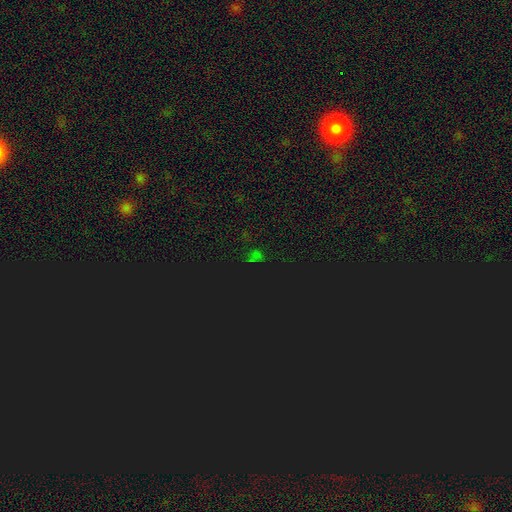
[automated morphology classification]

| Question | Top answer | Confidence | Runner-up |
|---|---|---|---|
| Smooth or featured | star or artifact | 73% | smooth (20%) |